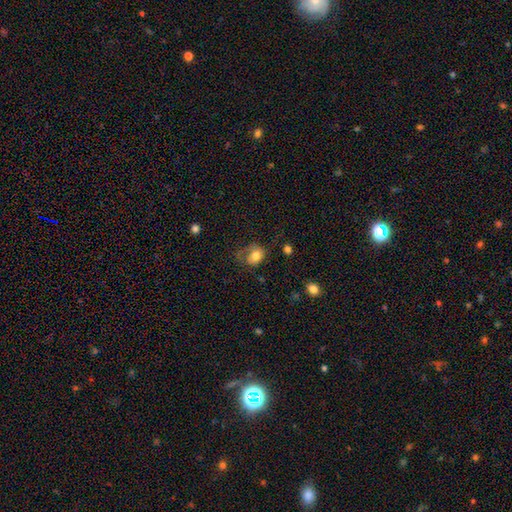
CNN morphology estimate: Smooth or featured?
  - smooth: 70% *
  - featured or disk: 22%
  - star or artifact: 8%
How rounded?
  - round: 52% *
  - in between: 47%
  - cigar-shaped: 1%
Merging?
  - none: 37% *
  - major disturbance: 34%
  - minor disturbance: 27%
  - merger: 3%